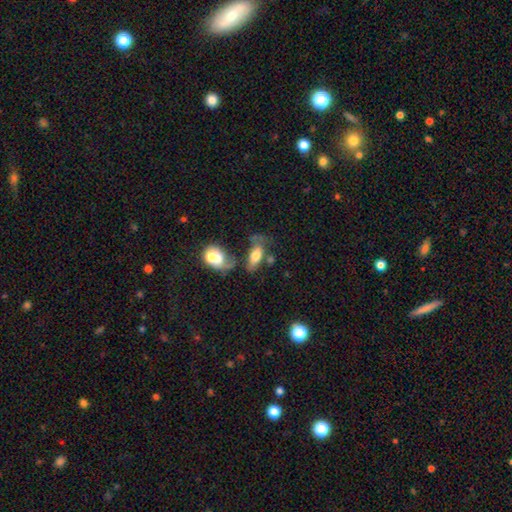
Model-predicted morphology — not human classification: Overall: smooth (67%). How rounded: in between (83%). Merging: none (34%; merger 28%).